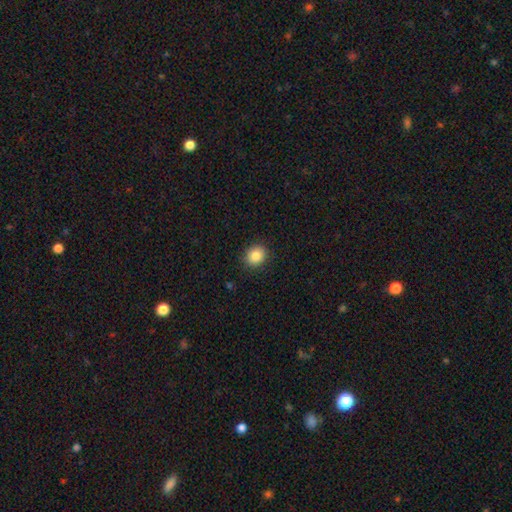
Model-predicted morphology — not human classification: This appears to be a smooth galaxy with no disk features (85%) that is round (71%). Merging: none (89%).